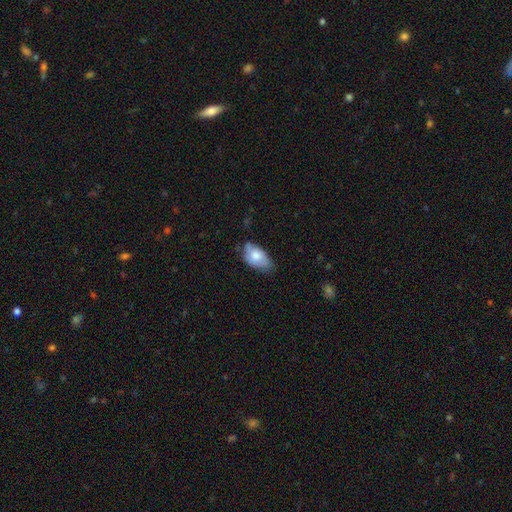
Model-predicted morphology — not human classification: type=smooth (69%); roundness=in between (92%); merging=none (44%).